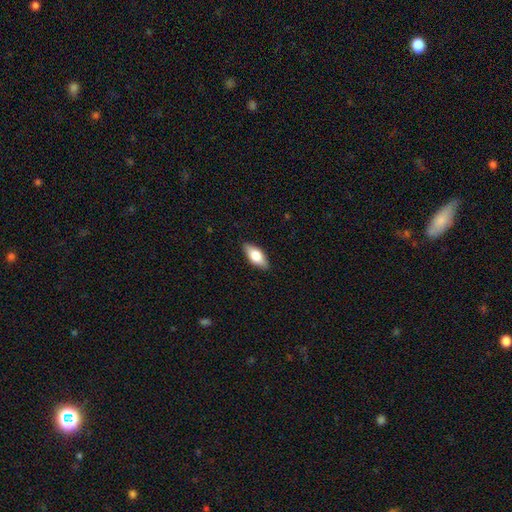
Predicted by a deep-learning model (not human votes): Q: Smooth or featured?
A: smooth (67%); runner-up: featured or disk (26%)
Q: How rounded?
A: in between (82%); runner-up: cigar-shaped (15%)
Q: Merging?
A: none (88%); runner-up: minor disturbance (10%)